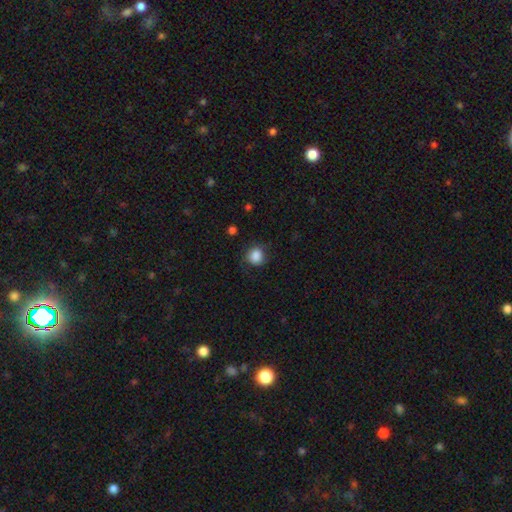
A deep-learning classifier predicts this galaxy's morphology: Smooth or featured? smooth (86%)
How rounded? round (81%)
Merging? none (75%)